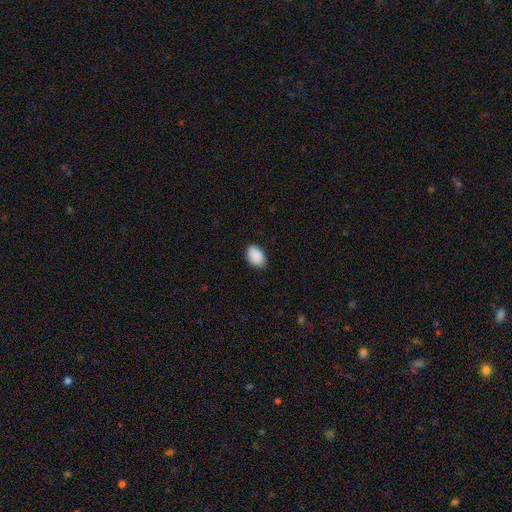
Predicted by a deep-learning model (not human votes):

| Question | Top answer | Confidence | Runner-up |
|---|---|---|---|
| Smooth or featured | smooth | 91% | star or artifact (7%) |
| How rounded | in between | 89% | round (10%) |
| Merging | none | 86% | minor disturbance (11%) |